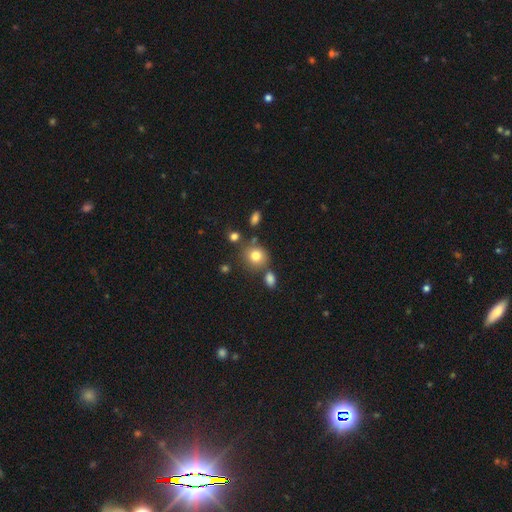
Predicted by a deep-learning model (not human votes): Smooth or featured? Predicted: smooth (p=0.79). How rounded? Predicted: round (p=0.81). Merging? Predicted: none (p=0.70).